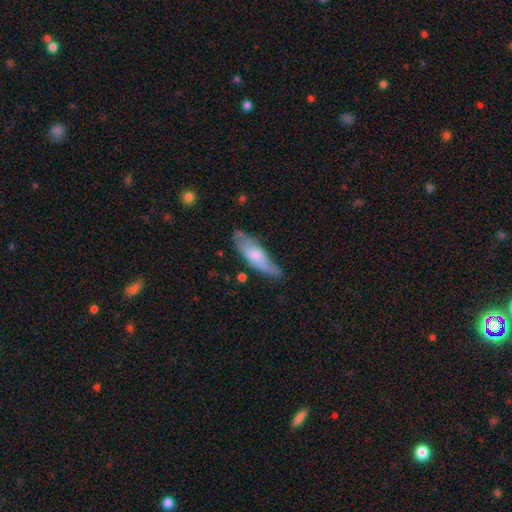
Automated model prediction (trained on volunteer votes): smooth_or_featured: smooth (p=0.52) [alt: featured or disk p=0.43]
how_rounded: in between (p=0.53) [alt: cigar-shaped p=0.45]
merging: none (p=0.60) [alt: minor disturbance p=0.29]